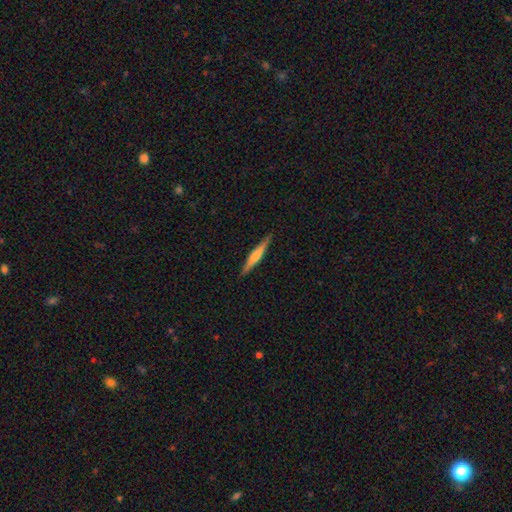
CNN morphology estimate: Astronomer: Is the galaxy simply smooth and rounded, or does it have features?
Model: smooth — 48% (runner-up: featured or disk, 46%).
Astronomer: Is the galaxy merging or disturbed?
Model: none — 90%.